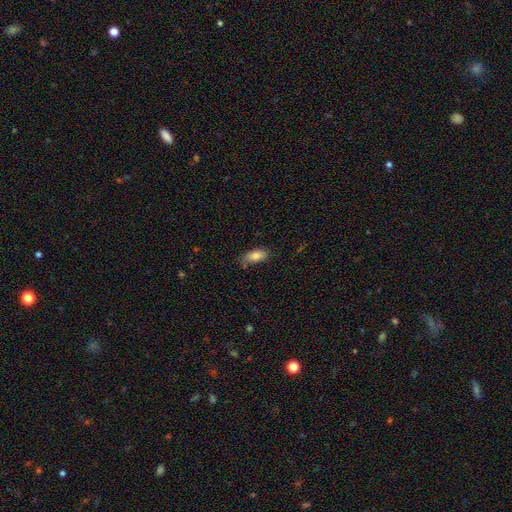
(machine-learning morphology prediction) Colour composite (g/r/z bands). It shows a smooth galaxy with no disk features (82%) that is in between round and cigar-shaped (88%). Merging: none (73%).